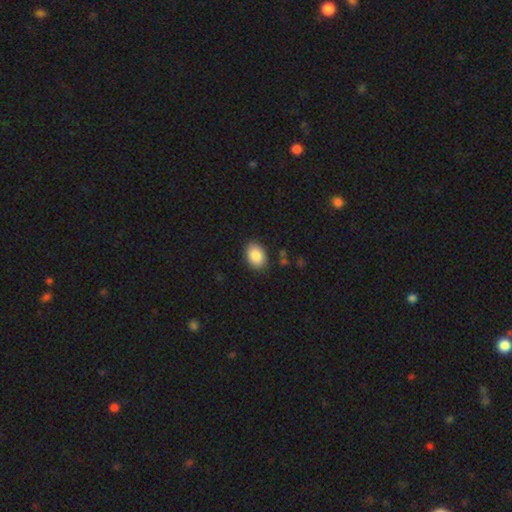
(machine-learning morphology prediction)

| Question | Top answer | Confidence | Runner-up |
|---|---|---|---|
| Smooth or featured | smooth | 88% | star or artifact (7%) |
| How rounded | in between | 81% | round (18%) |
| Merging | none | 87% | minor disturbance (10%) |